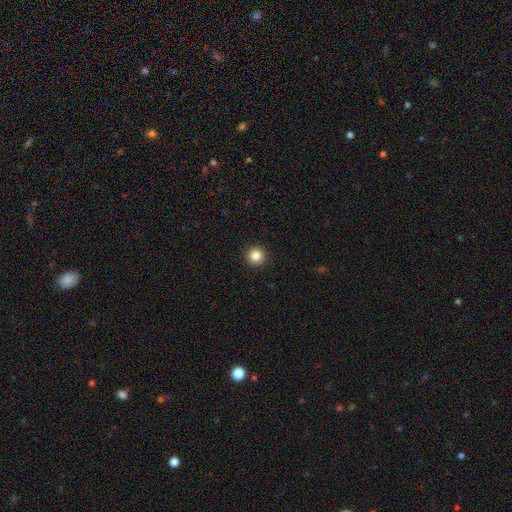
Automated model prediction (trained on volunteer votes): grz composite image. It shows a smooth galaxy with no disk features (84%) that is round (96%). Merging: none (93%).